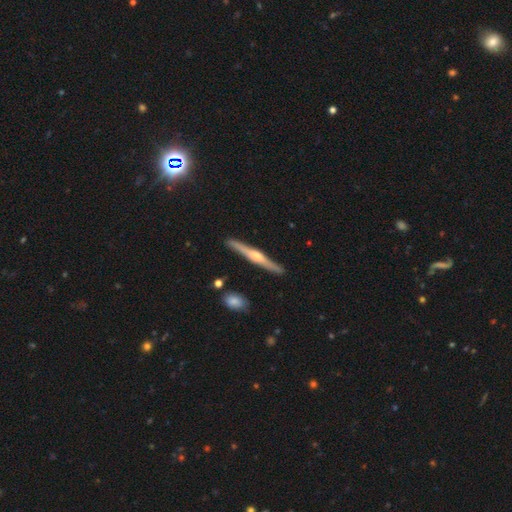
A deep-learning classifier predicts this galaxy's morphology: Smooth or featured?
  - featured or disk: 75% *
  - smooth: 19%
  - star or artifact: 6%
Edge-on disk?
  - yes: 98% *
  - no: 2%
Edge-on bulge?
  - rounded: 87% *
  - boxy: 7%
  - none: 6%
Merging?
  - none: 90% *
  - minor disturbance: 7%
  - merger: 2%
  - major disturbance: 1%